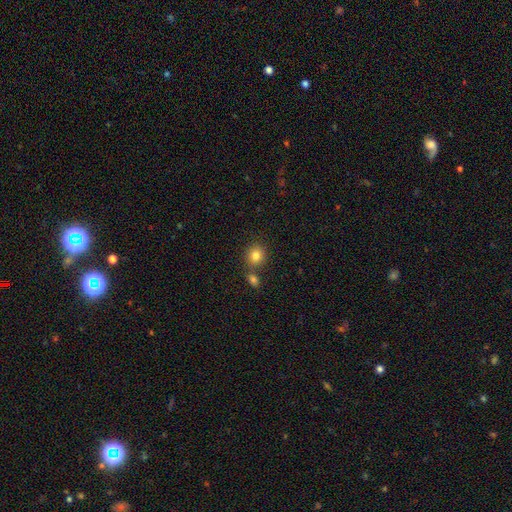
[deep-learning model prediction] This is clearly a smooth galaxy (82%). How rounded: likely round (77%). Merging: likely none (68%).